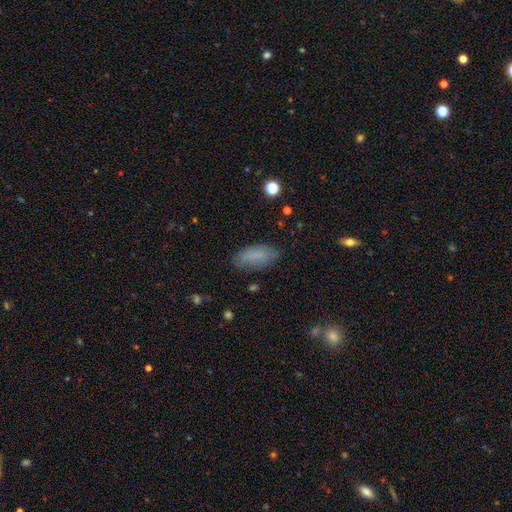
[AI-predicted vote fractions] A smooth galaxy with no disk features (80%) that is in between round and cigar-shaped (86%). Merging: none (76%).